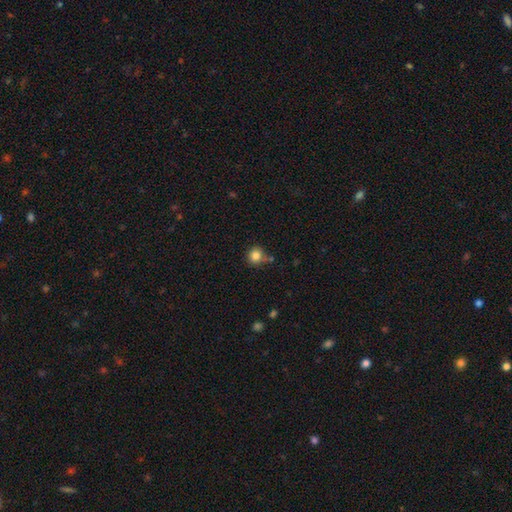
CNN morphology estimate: Smooth or featured?
  - smooth: 84% *
  - star or artifact: 11%
  - featured or disk: 5%
How rounded?
  - round: 91% *
  - in between: 8%
  - cigar-shaped: 1%
Merging?
  - none: 72% *
  - minor disturbance: 14%
  - merger: 9%
  - major disturbance: 4%